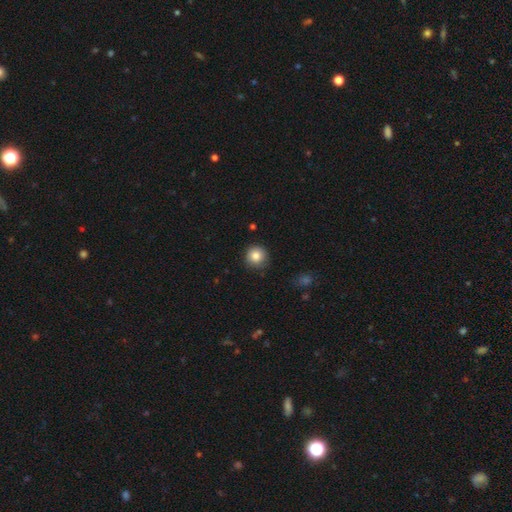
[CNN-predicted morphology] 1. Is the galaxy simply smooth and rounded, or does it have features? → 84% smooth, 10% star or artifact, 6% featured or disk.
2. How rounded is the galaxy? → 94% round, 5% in between, 1% cigar-shaped.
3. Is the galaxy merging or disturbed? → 86% none, 11% minor disturbance, 2% major disturbance, 1% merger.